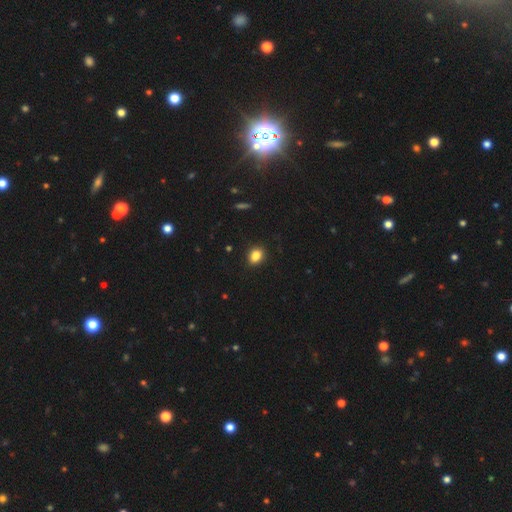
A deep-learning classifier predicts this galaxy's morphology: Q: Smooth or featured?
A: smooth (86%); runner-up: star or artifact (10%)
Q: How rounded?
A: in between (70%); runner-up: round (28%)
Q: Merging?
A: none (86%); runner-up: minor disturbance (10%)